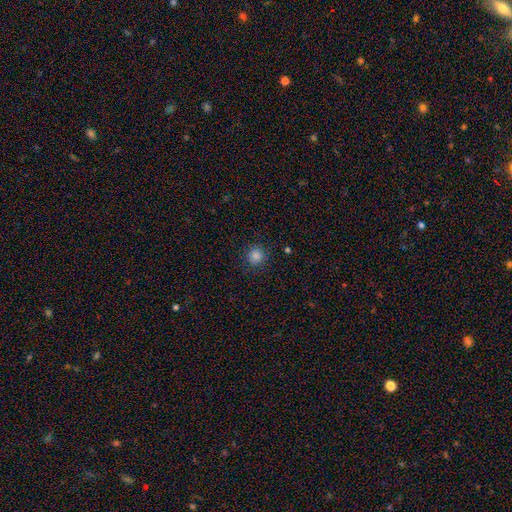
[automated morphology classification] Smooth or featured: smooth — 84% (star or artifact — 13%)
How rounded: round — 93% (in between — 6%)
Merging: none — 89% (minor disturbance — 7%)